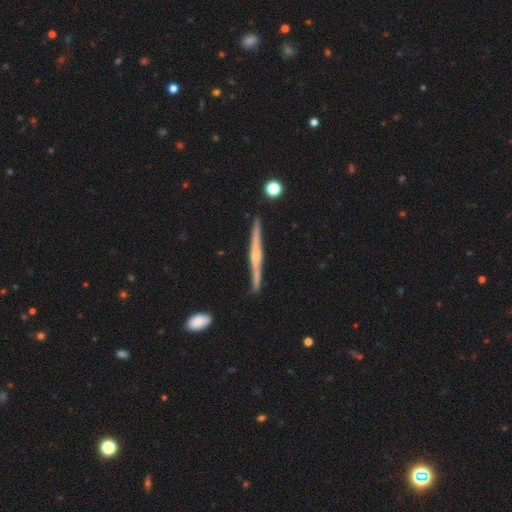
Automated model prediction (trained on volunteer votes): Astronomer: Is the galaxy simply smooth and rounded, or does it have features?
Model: featured or disk — 79%.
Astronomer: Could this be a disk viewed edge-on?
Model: yes — 98%.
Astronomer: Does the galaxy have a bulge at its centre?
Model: rounded — 75%.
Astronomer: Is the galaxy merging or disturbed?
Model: none — 89%.